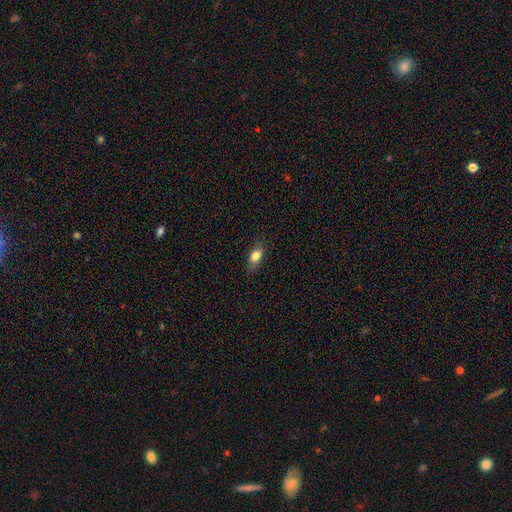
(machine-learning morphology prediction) Smooth or featured? smooth (79%)
How rounded? in between (78%)
Merging? none (79%)